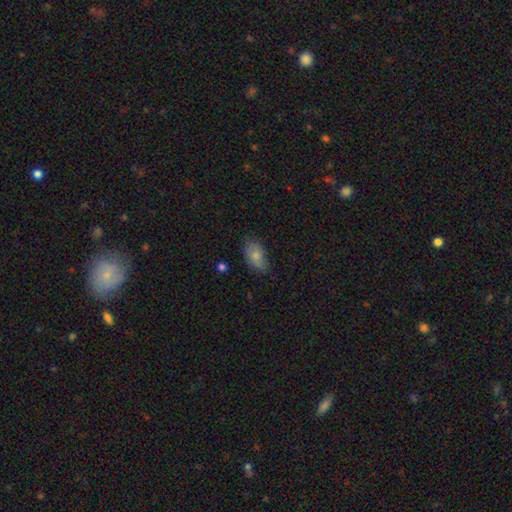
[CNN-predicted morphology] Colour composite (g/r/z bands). It shows a smooth galaxy with no disk features (79%) that is in between round and cigar-shaped (92%). Merging: none (68%).